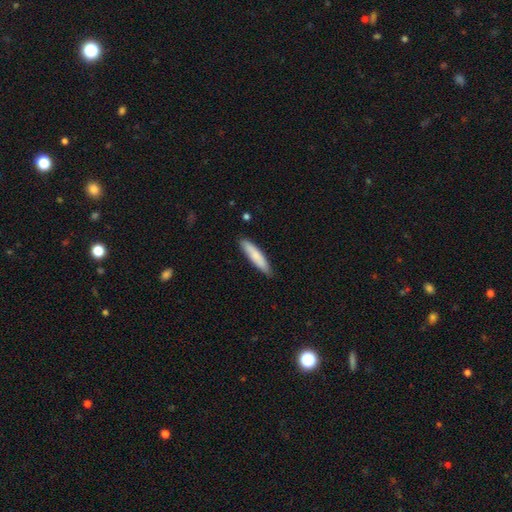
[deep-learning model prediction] A smooth galaxy with no disk features (81%) that is cigar-shaped (83%). Merging: none (84%).